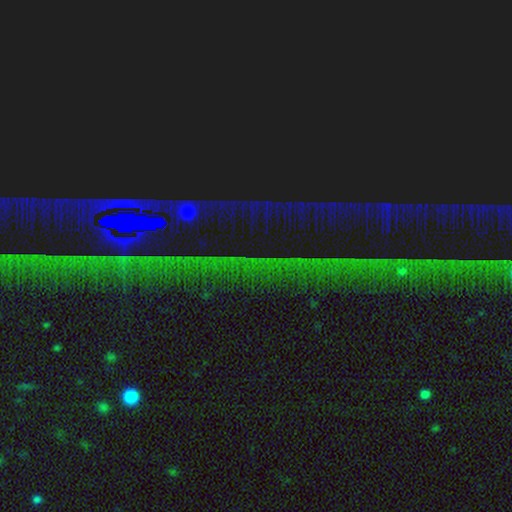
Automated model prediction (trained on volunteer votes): Q: Smooth or featured?
A: star or artifact (81%); runner-up: featured or disk (10%)